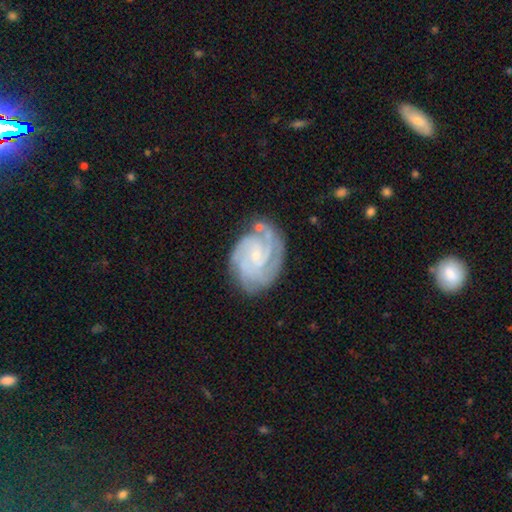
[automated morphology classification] Smooth or featured: featured or disk — 87% (smooth — 8%)
Edge-on disk: no — 98% (yes — 2%)
Bar: no — 57% (weak — 36%)
Spiral arms: yes — 97% (no — 3%)
Spiral winding: tight — 69% (medium — 26%)
Spiral arm count: 3 — 32% (4 — 24%)
Bulge size: small — 73% (moderate — 21%)
Merging: none — 71% (minor disturbance — 19%)